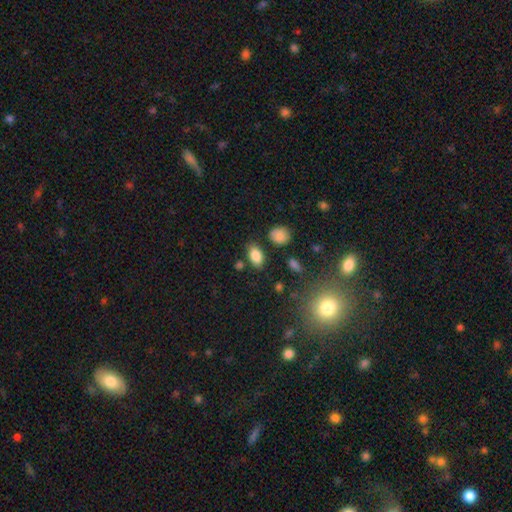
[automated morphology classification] The model was most divided on "merging": none: 79%, minor disturbance: 13%, merger: 5%, major disturbance: 3%. More confident: how rounded — in between (90%); smooth or featured — smooth (85%).